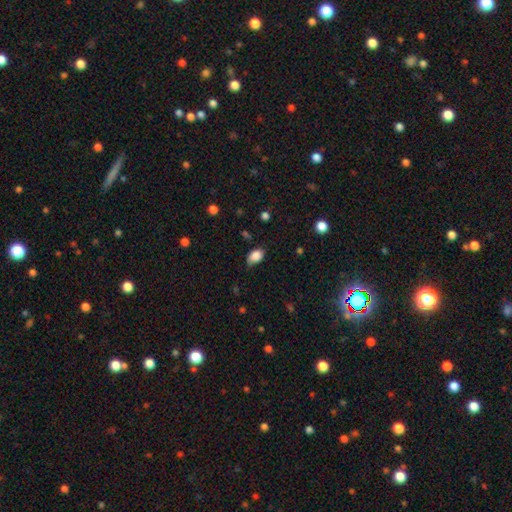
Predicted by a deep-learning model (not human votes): Overall: smooth (85%). How rounded: in between (85%). Merging: none (61%; minor disturbance 31%).